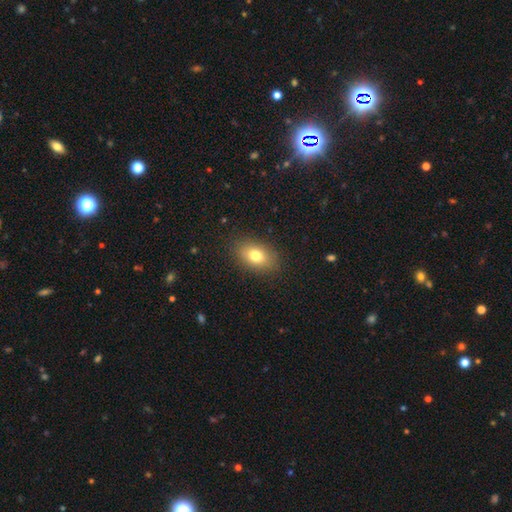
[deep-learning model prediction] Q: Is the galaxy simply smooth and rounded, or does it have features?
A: smooth — 77%.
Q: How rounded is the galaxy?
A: in between — 82%.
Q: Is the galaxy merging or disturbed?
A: none — 87%.